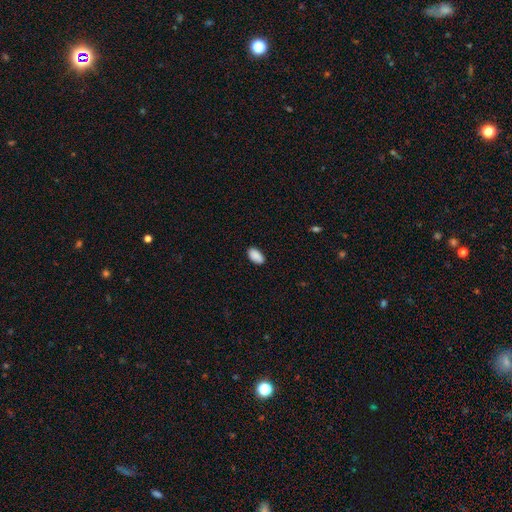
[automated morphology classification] type=smooth (90%); roundness=in between (94%); merging=none (85%).